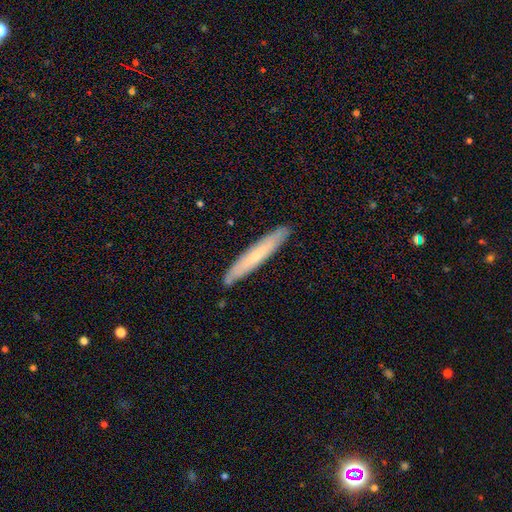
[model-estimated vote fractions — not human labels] smooth_or_featured: smooth (p=0.52) [alt: featured or disk p=0.42]
how_rounded: cigar-shaped (p=0.94) [alt: in between p=0.05]
merging: none (p=0.88) [alt: minor disturbance p=0.09]